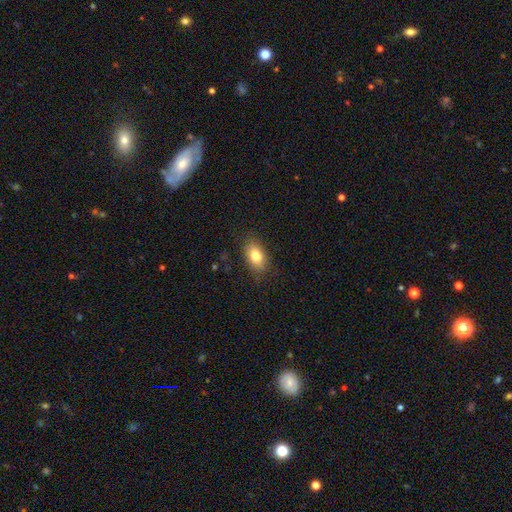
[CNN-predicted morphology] Smooth or featured: smooth — 81% (featured or disk — 11%)
How rounded: in between — 87% (round — 11%)
Merging: none — 83% (minor disturbance — 12%)